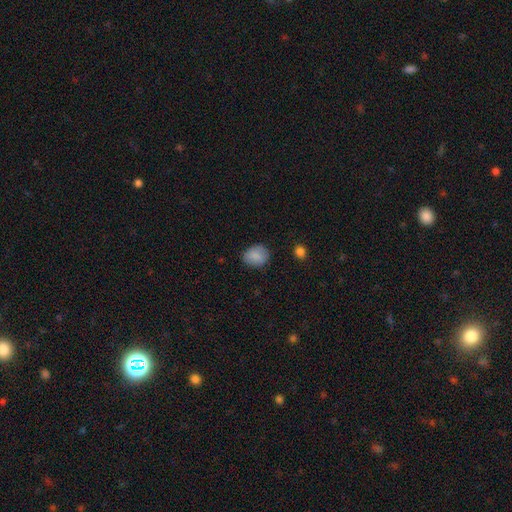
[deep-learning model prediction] Smooth or featured: smooth — 86% (star or artifact — 8%)
How rounded: round — 50% (in between — 49%)
Merging: none — 79% (minor disturbance — 16%)